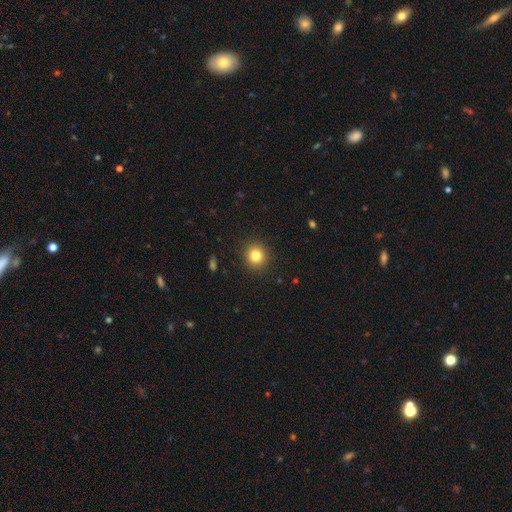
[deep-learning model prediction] Smooth or featured? smooth (82%)
How rounded? round (90%)
Merging? none (91%)